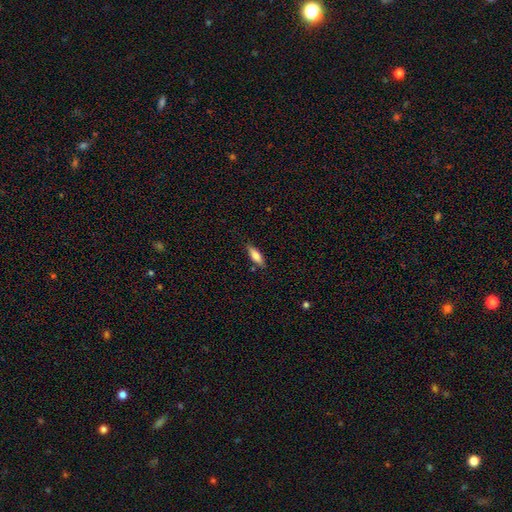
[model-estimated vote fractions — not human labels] Smooth or featured?
  - smooth: 76% *
  - featured or disk: 17%
  - star or artifact: 7%
How rounded?
  - in between: 57% *
  - cigar-shaped: 41%
  - round: 2%
Merging?
  - none: 83% *
  - minor disturbance: 13%
  - major disturbance: 2%
  - merger: 2%